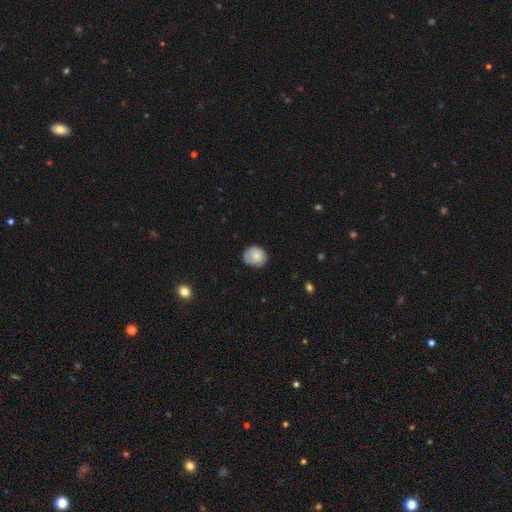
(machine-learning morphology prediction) Smooth or featured? Predicted: smooth (p=0.81). How rounded? Predicted: round (p=0.74). Merging? Predicted: none (p=0.72).